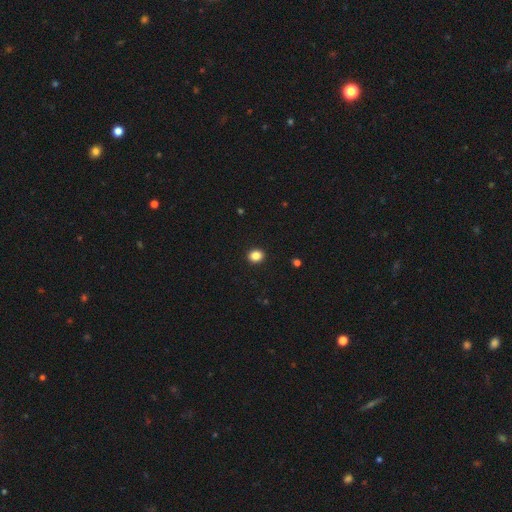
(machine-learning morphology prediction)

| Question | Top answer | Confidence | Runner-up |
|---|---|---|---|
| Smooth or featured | smooth | 86% | star or artifact (10%) |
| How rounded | round | 67% | in between (32%) |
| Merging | none | 92% | minor disturbance (5%) |